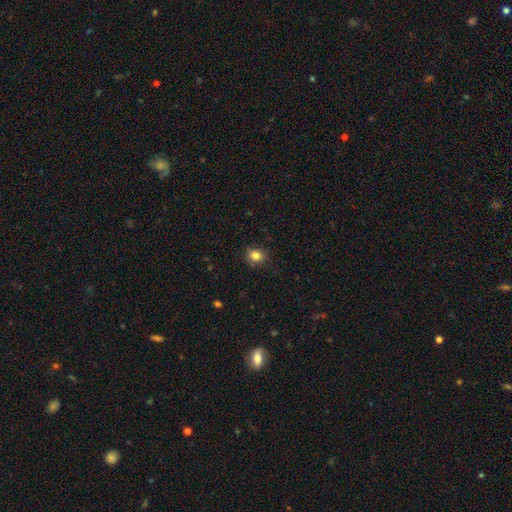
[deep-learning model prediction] Smooth or featured?
  - smooth: 83% *
  - star or artifact: 11%
  - featured or disk: 6%
How rounded?
  - round: 55% *
  - in between: 44%
  - cigar-shaped: 1%
Merging?
  - none: 83% *
  - minor disturbance: 13%
  - major disturbance: 3%
  - merger: 1%